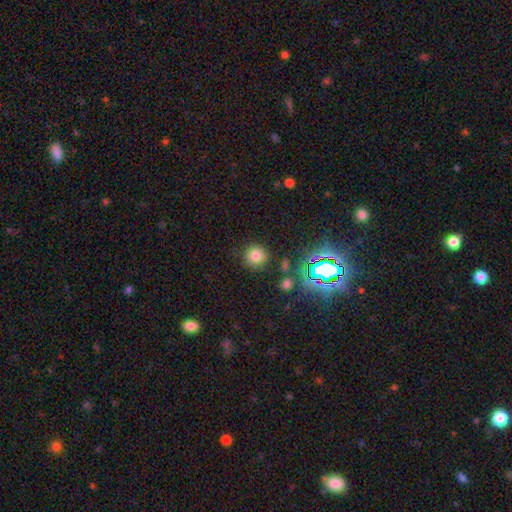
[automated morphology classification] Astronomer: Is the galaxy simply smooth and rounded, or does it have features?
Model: smooth — 75%.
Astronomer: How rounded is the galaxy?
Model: round — 93%.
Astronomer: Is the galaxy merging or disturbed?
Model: none — 86%.